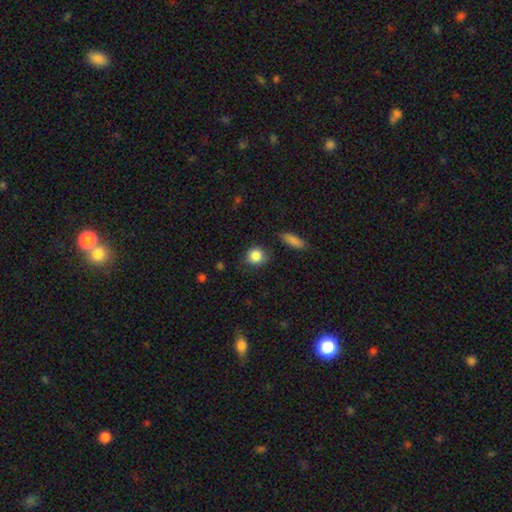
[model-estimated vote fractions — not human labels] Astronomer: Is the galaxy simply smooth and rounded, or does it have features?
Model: smooth — 86%.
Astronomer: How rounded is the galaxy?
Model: round — 82%.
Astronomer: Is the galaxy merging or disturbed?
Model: none — 81%.